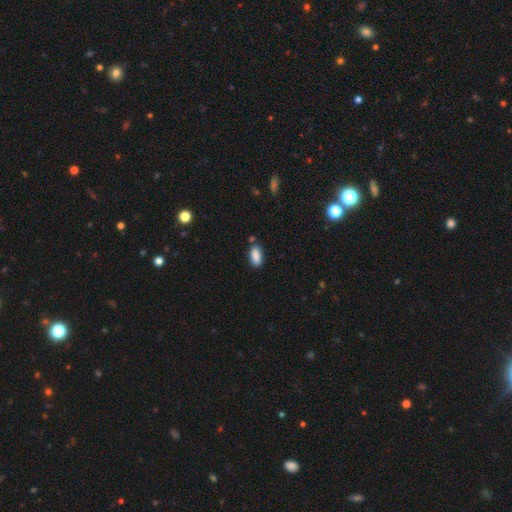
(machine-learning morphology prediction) A smooth galaxy with no disk features (88%) that is in between round and cigar-shaped (84%).

Vote fractions:
- Smooth or featured? smooth: 88% / star or artifact: 8% / featured or disk: 4%
- How rounded? in between: 84% / cigar-shaped: 14% / round: 2%
- Merging? none: 77% / minor disturbance: 14% / merger: 6% / major disturbance: 3%